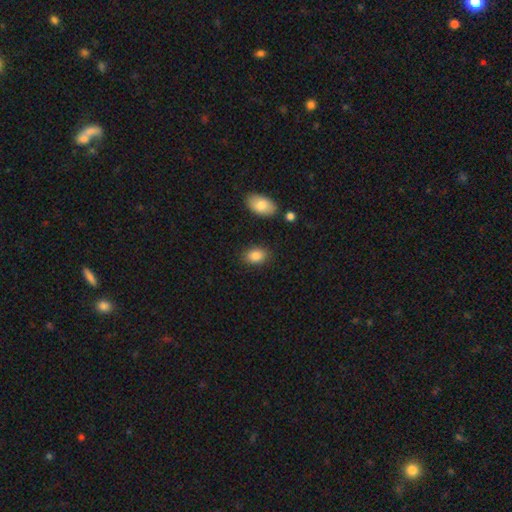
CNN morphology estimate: This appears to be a smooth galaxy with no disk features (85%) that is in between round and cigar-shaped (81%). Merging: none (84%).